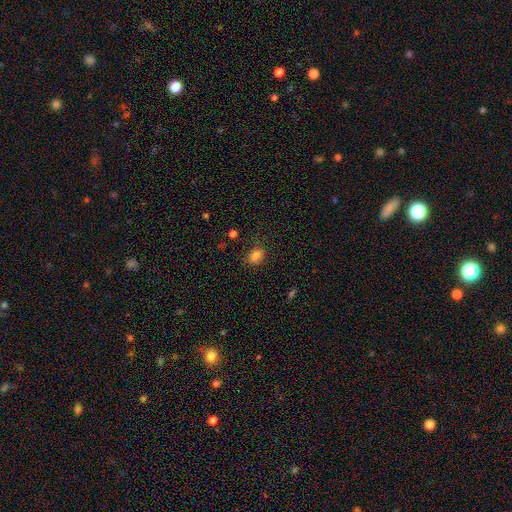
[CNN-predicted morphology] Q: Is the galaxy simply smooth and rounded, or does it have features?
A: smooth — 83%.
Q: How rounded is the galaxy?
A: round — 52%.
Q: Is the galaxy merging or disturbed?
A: none — 76%.